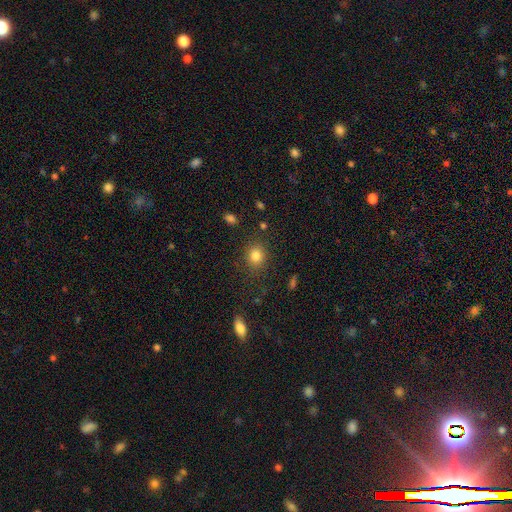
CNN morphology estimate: Smooth or featured? smooth (82%)
How rounded? round (69%)
Merging? none (83%)